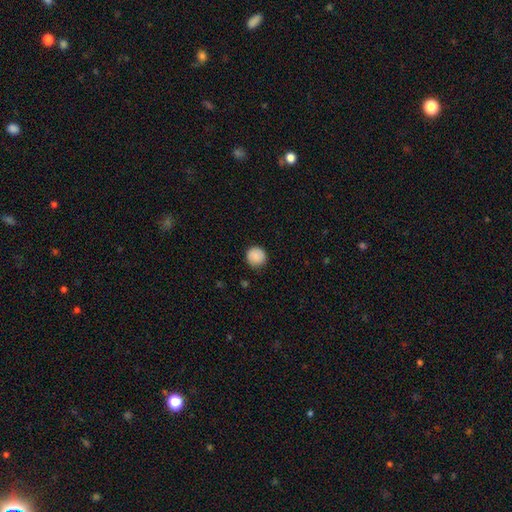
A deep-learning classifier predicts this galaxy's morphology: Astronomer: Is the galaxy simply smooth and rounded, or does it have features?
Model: smooth — 88%.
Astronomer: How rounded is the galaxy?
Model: round — 94%.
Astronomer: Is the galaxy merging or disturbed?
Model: none — 87%.